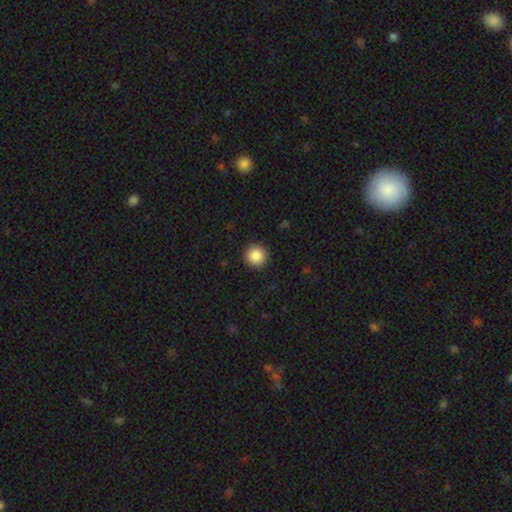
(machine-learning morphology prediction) A smooth galaxy with no disk features (87%) that is round (96%).

Vote fractions:
- Smooth or featured? smooth: 87% / star or artifact: 9% / featured or disk: 4%
- How rounded? round: 96% / in between: 3% / cigar-shaped: 1%
- Merging? none: 92% / minor disturbance: 5% / major disturbance: 2% / merger: 1%